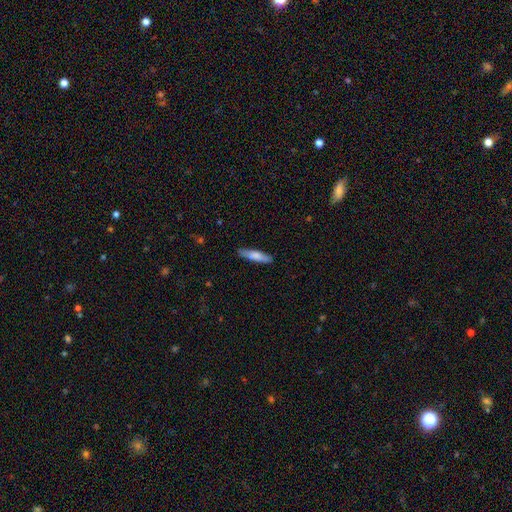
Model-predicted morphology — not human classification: type=smooth (74%); roundness=cigar-shaped (81%); merging=none (82%).